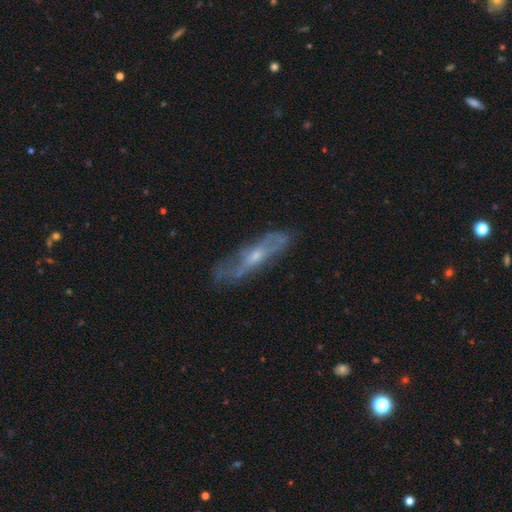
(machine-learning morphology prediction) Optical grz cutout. It shows a featured or disk galaxy (69%). Merging: none (64%).